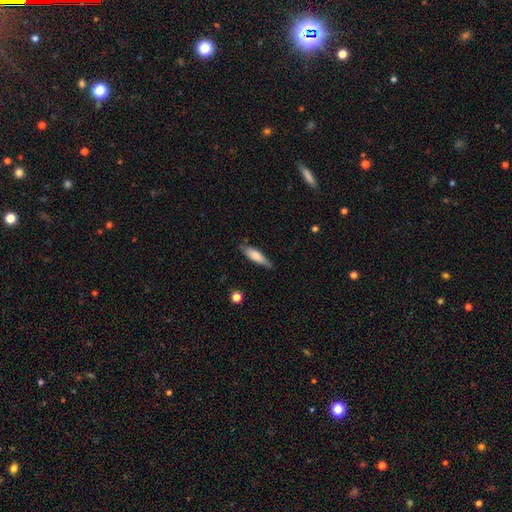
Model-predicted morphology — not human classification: This appears to be a smooth galaxy with no disk features (73%) that is cigar-shaped (61%). Merging: none (72%).